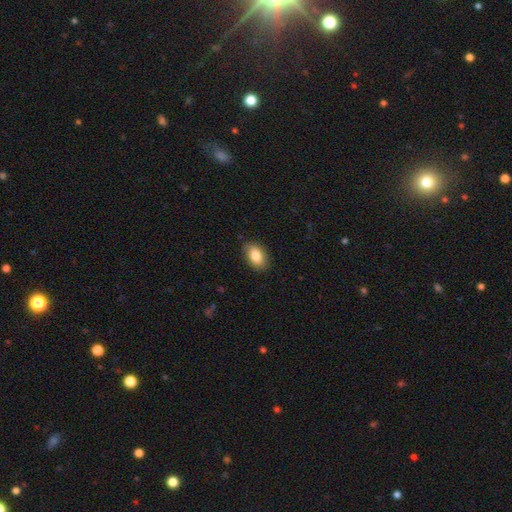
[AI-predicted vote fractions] This is clearly a smooth galaxy (85%). How rounded: clearly in between (91%). Merging: clearly none (86%).